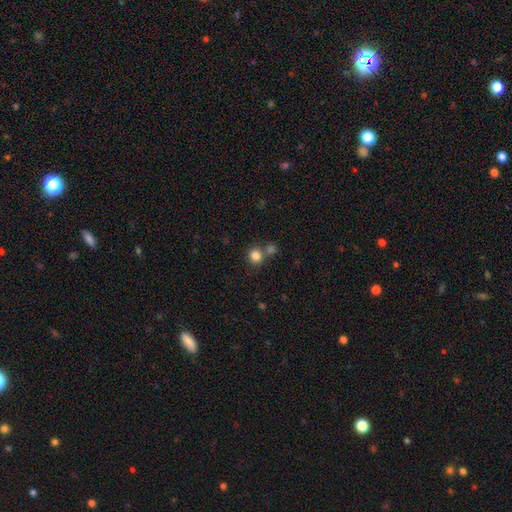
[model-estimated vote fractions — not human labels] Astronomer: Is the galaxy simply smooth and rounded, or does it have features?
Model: smooth — 83%.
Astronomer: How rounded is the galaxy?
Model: round — 89%.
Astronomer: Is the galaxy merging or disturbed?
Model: none — 66%.